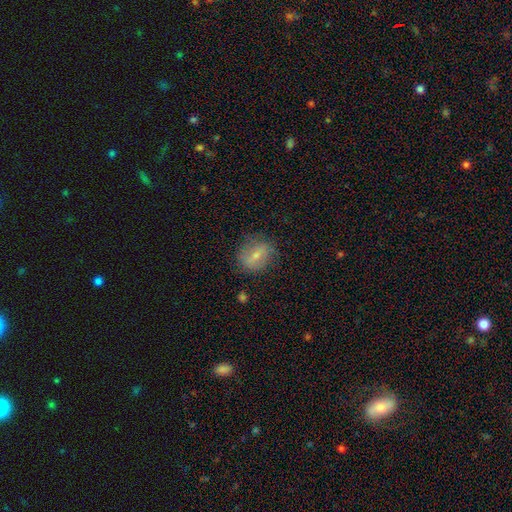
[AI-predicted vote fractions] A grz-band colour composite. It shows a smooth galaxy with no disk features (59%) that is round (57%). Merging: none (74%).